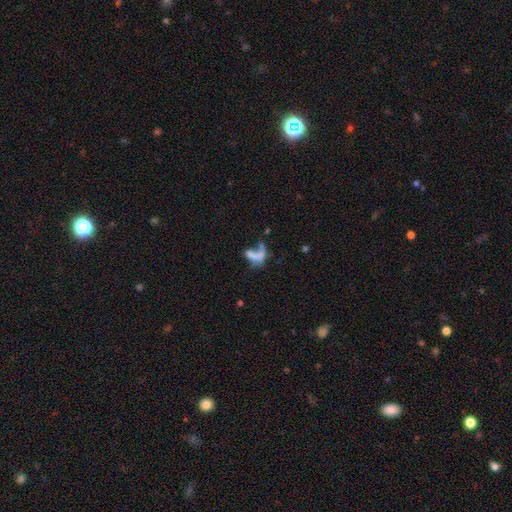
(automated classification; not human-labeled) This is possibly a smooth galaxy (48%). Merging: marginally major disturbance (34%).